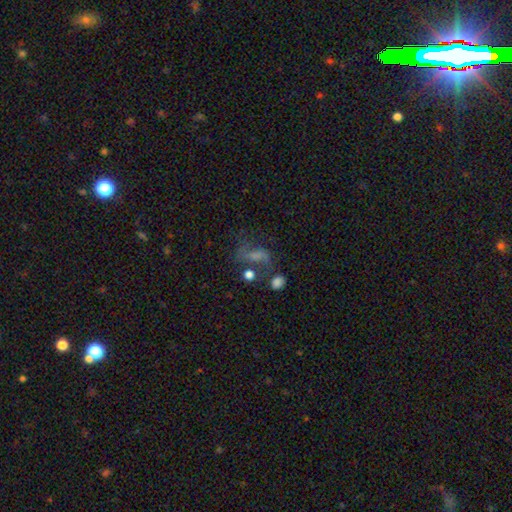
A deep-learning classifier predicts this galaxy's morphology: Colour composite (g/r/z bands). It shows a featured or disk galaxy (40%). Merging: none (37%).